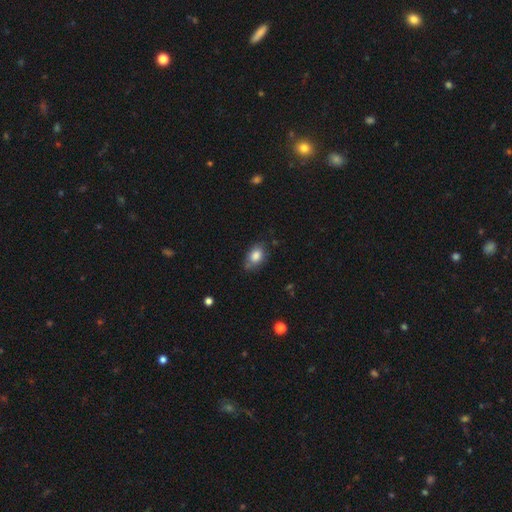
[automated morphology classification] Smooth or featured: smooth — 83% (featured or disk — 9%)
How rounded: in between — 84% (round — 14%)
Merging: none — 67% (minor disturbance — 26%)